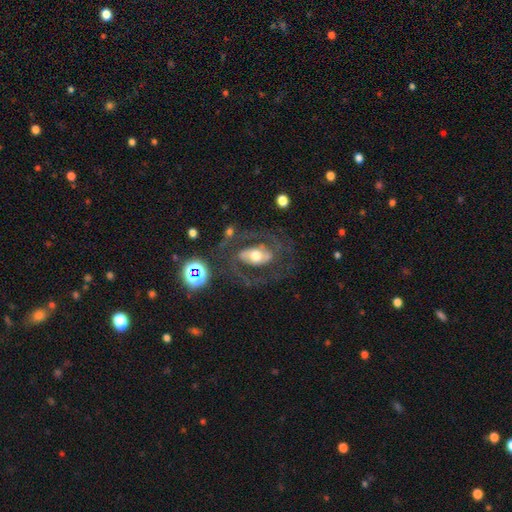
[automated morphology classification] featured or disk 75%, smooth 17%, star or artifact 8%. Down the decision tree: edge-on disk — no (95%); bar — strong (35%); spiral arms — yes (77%); spiral arm count — 2 (82%); spiral winding — medium (51%); bulge size — moderate (65%); merging — none (63%).